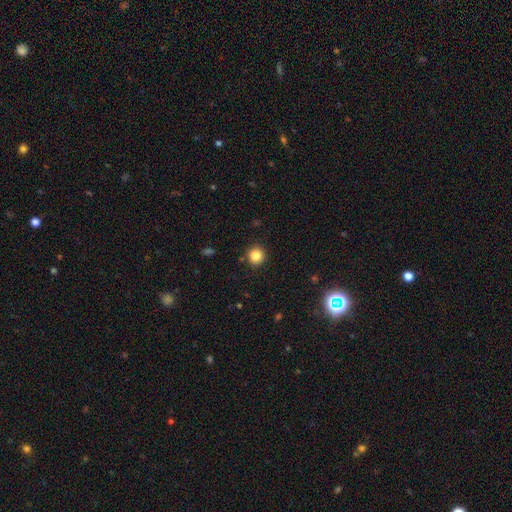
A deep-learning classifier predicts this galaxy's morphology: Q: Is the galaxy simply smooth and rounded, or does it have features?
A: smooth — 84%.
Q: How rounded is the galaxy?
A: round — 94%.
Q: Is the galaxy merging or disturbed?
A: none — 90%.